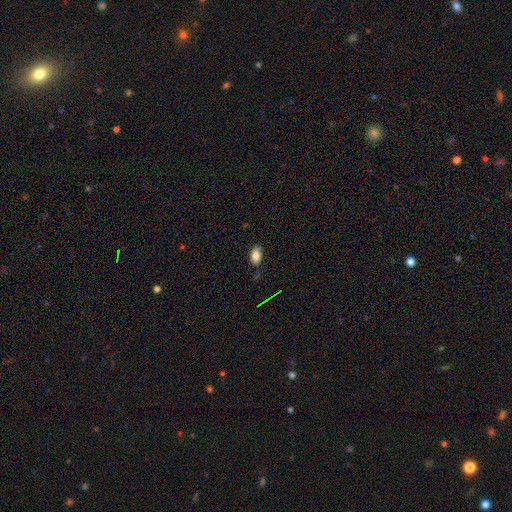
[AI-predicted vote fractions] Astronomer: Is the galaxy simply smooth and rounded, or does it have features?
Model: smooth — 84%.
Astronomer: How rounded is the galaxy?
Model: in between — 91%.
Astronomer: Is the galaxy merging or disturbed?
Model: none — 74%.